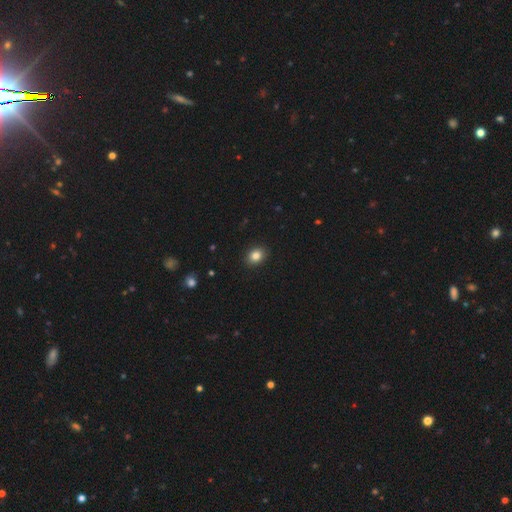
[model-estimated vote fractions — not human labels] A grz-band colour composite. It shows a smooth galaxy with no disk features (85%) that is in between round and cigar-shaped (55%). Merging: none (91%).